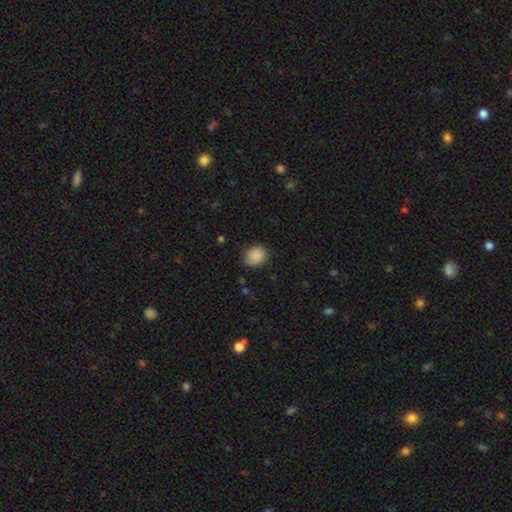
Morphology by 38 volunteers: A smooth galaxy with no disk features (84%) that is round (56%).

Vote fractions:
- Smooth or featured? smooth: 84% / featured or disk: 8% / star or artifact: 8%
- How rounded? round: 56% / in between: 44% / cigar-shaped: 0%
- Merging? none: 74% / minor disturbance: 17% / major disturbance: 9% / merger: 0%